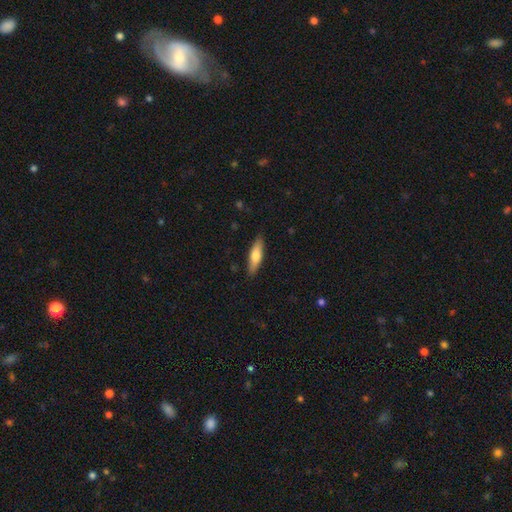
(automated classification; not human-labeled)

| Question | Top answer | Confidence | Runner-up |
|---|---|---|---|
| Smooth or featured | smooth | 67% | featured or disk (27%) |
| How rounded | cigar-shaped | 64% | in between (34%) |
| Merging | none | 87% | minor disturbance (10%) |